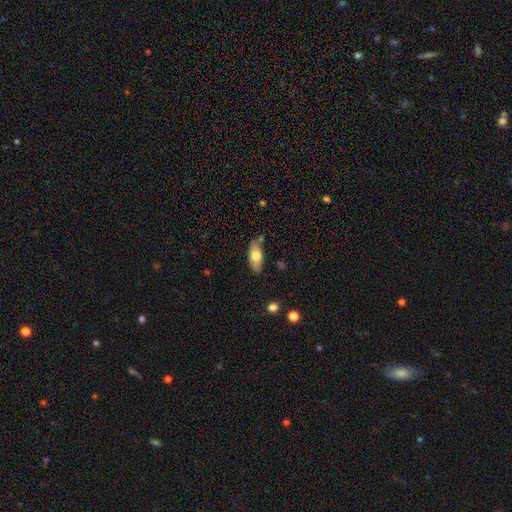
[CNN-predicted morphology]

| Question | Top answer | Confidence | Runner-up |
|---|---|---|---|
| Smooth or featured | smooth | 71% | featured or disk (23%) |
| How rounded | in between | 88% | cigar-shaped (9%) |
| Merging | none | 77% | minor disturbance (16%) |